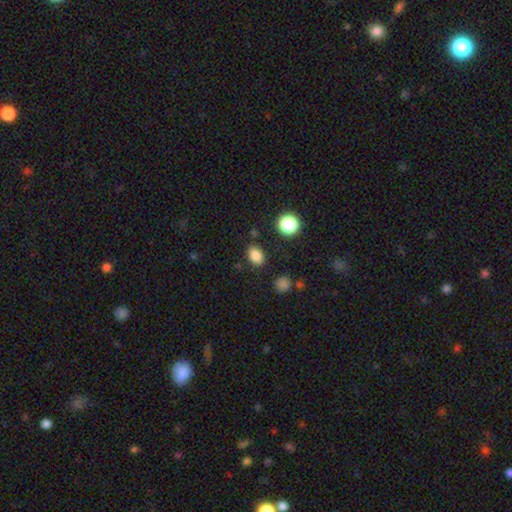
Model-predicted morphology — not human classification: Smooth or featured: smooth — 84% (star or artifact — 12%)
How rounded: in between — 69% (round — 30%)
Merging: none — 84% (minor disturbance — 10%)